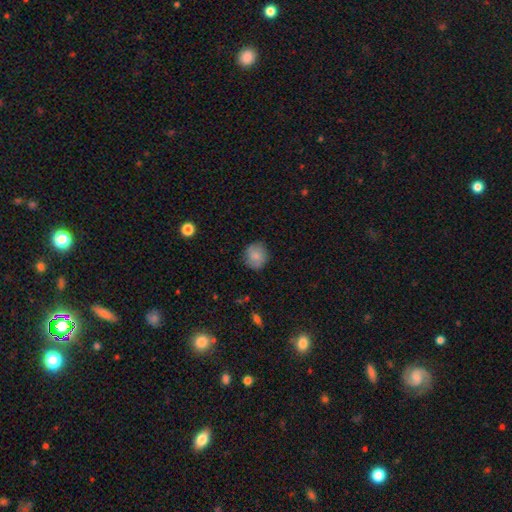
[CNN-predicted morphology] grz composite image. It shows a smooth galaxy with no disk features (82%) that is round (86%). Merging: none (84%).